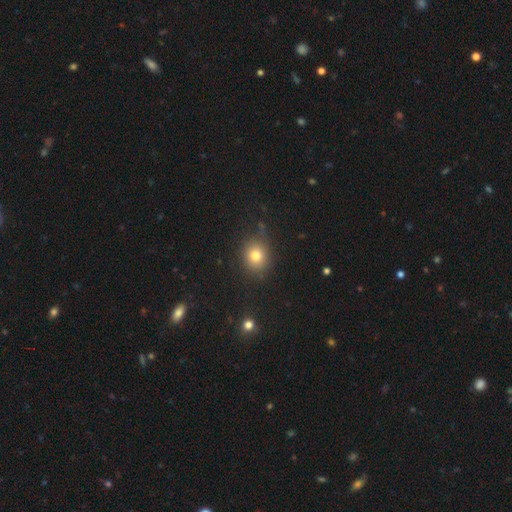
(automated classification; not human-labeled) Overall: smooth (78%). How rounded: round (73%). Merging: none (80%).